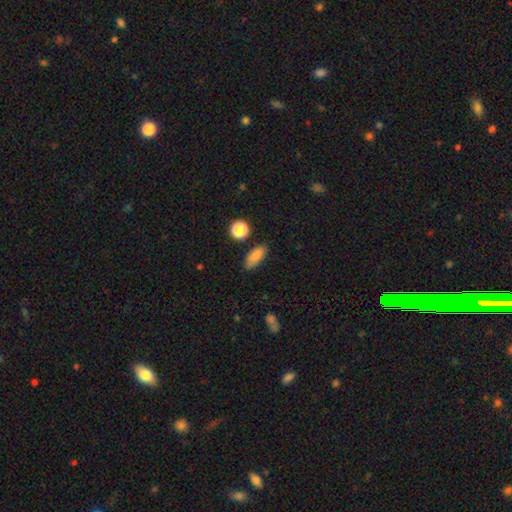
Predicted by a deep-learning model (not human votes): smooth_or_featured: smooth (p=0.84) [alt: star or artifact p=0.10]
how_rounded: in between (p=0.77) [alt: cigar-shaped p=0.16]
merging: none (p=0.80) [alt: minor disturbance p=0.13]